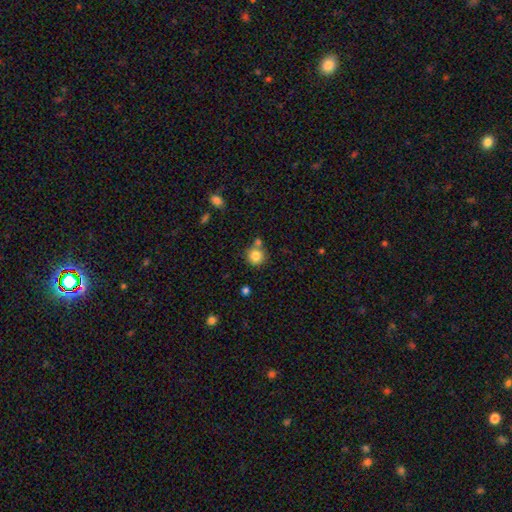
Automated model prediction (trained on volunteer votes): A smooth galaxy with no disk features (83%) that is round (91%). Merging: none (66%).